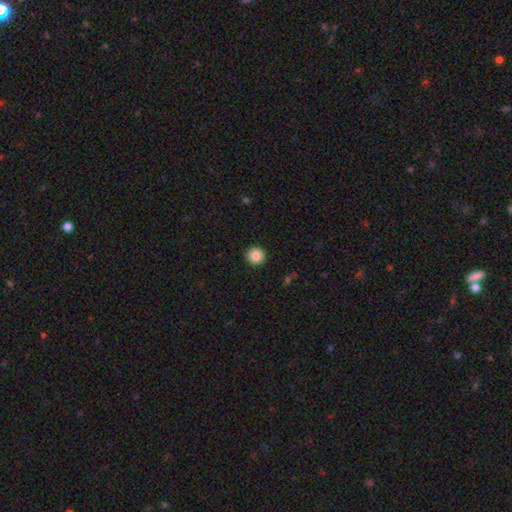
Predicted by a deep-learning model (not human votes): smooth 86%, star or artifact 9%, featured or disk 5%. Down the decision tree: how rounded — round (94%); merging — none (92%).